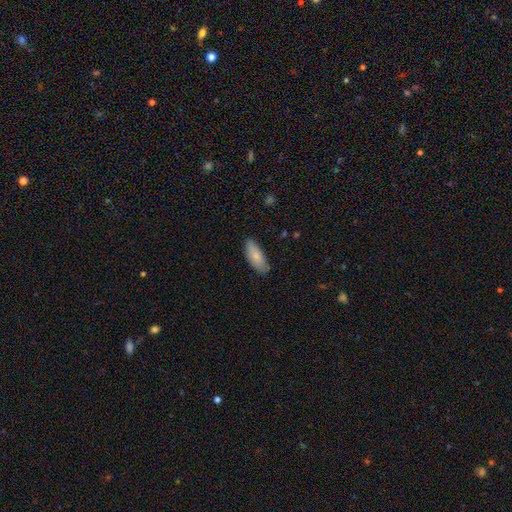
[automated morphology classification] Q: Smooth or featured?
A: smooth (81%); runner-up: featured or disk (13%)
Q: How rounded?
A: in between (78%); runner-up: cigar-shaped (20%)
Q: Merging?
A: none (82%); runner-up: minor disturbance (14%)